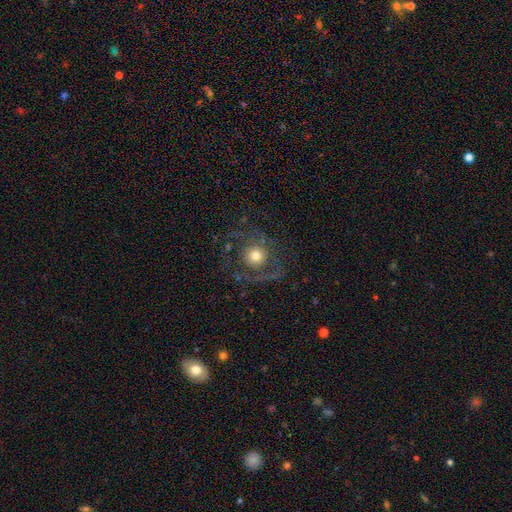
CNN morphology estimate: The model was most divided on "smooth or featured": featured or disk: 60%, smooth: 31%, star or artifact: 9%. More confident: edge-on disk — no (97%); bar — no (83%); spiral arms — yes (75%); bulge size — moderate (61%); merging — none (60%).